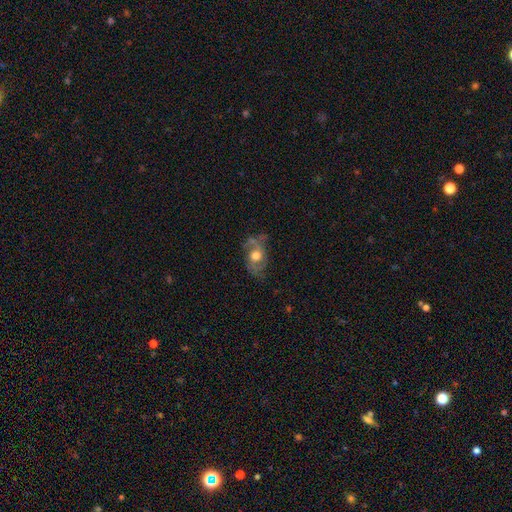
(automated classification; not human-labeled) featured or disk 62%, smooth 30%, star or artifact 8%. Down the decision tree: edge-on disk — no (93%); bar — no (75%); spiral arms — yes (76%); bulge size — moderate (66%); merging — none (53%).